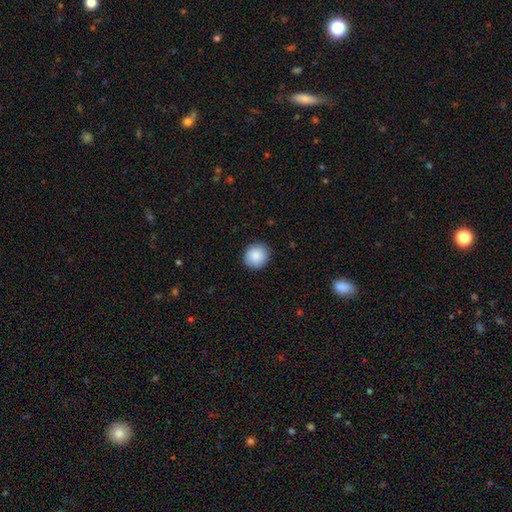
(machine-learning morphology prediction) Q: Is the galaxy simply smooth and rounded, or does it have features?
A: smooth — 89%.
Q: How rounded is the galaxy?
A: round — 89%.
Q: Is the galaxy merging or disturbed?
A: none — 91%.